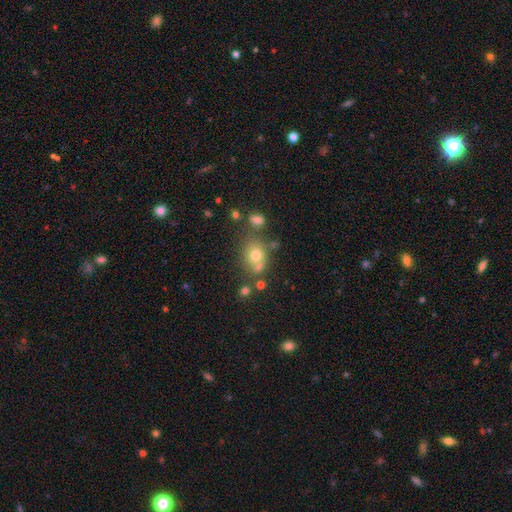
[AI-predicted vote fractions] A smooth galaxy with no disk features (68%) that is round (60%). Merging: none (58%).